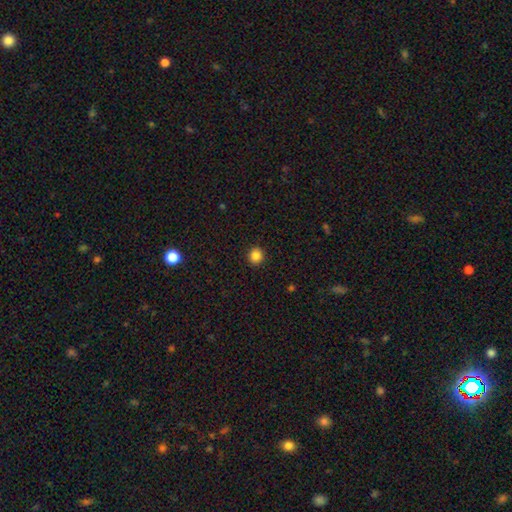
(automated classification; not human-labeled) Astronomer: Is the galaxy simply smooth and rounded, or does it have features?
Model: smooth — 85%.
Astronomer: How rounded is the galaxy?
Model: round — 91%.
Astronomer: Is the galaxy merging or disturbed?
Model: none — 93%.